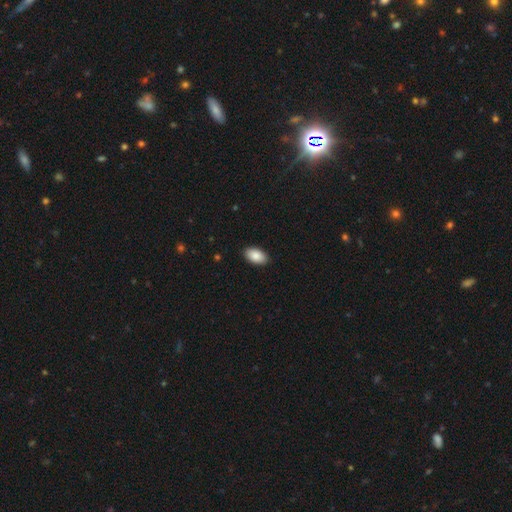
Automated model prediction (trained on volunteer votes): Morphology: type=smooth (89%); roundness=in between (95%); merging=none (90%).